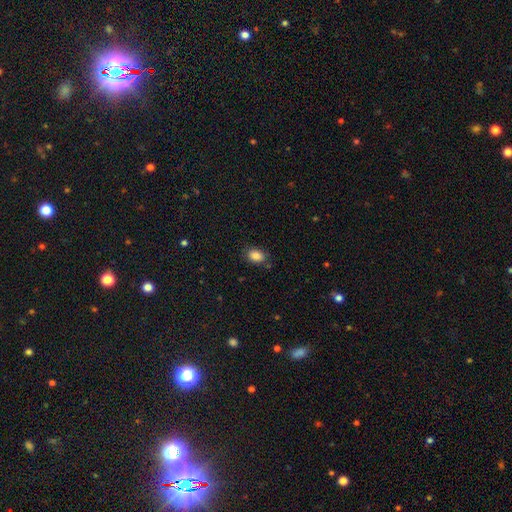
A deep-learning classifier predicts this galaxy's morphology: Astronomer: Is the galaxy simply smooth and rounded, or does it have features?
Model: smooth — 87%.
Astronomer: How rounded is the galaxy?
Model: in between — 79%.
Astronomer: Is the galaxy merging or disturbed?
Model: none — 82%.